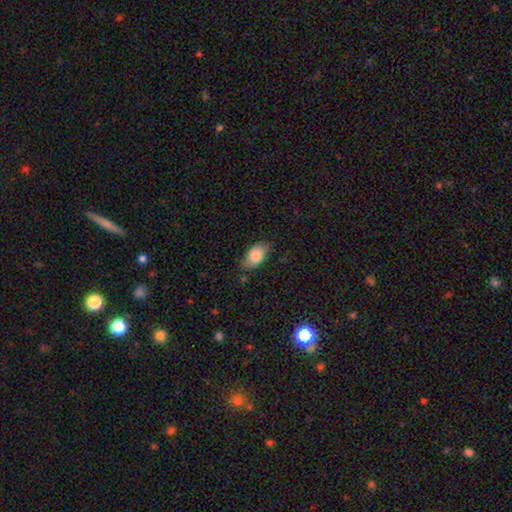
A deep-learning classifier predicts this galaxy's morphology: smooth-or-featured: smooth: 82% | featured or disk: 11% | star or artifact: 7%
  how-rounded: in between: 91% | round: 6% | cigar-shaped: 3%
  merging: none: 74% | minor disturbance: 20% | major disturbance: 4% | merger: 2%